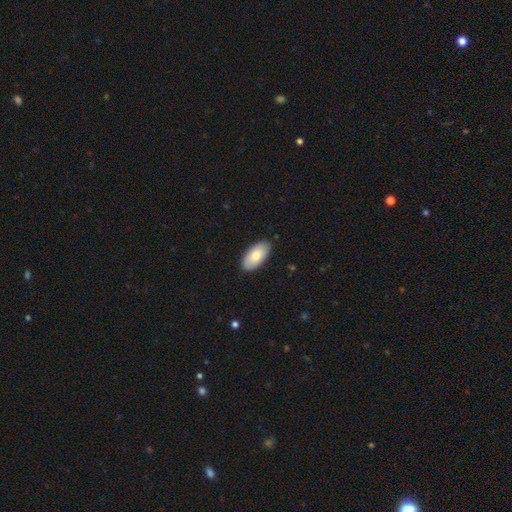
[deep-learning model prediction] A smooth galaxy with no disk features (76%) that is in between round and cigar-shaped (95%).

Vote fractions:
- Smooth or featured? smooth: 76% / featured or disk: 18% / star or artifact: 6%
- How rounded? in between: 95% / cigar-shaped: 2% / round: 2%
- Merging? none: 88% / minor disturbance: 9% / major disturbance: 2% / merger: 1%